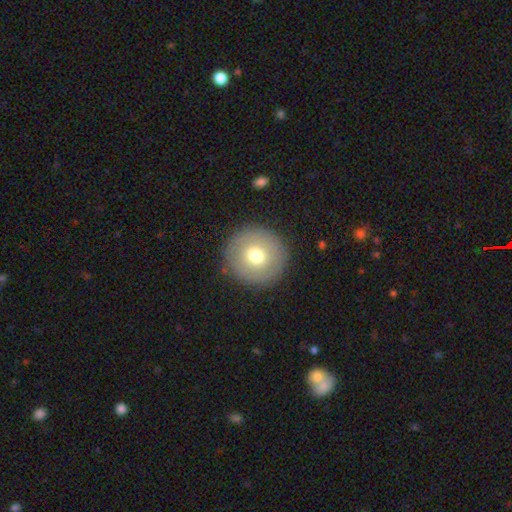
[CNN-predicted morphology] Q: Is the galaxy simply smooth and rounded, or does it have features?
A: smooth — 69%.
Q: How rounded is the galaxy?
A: round — 95%.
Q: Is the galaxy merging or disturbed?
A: none — 89%.